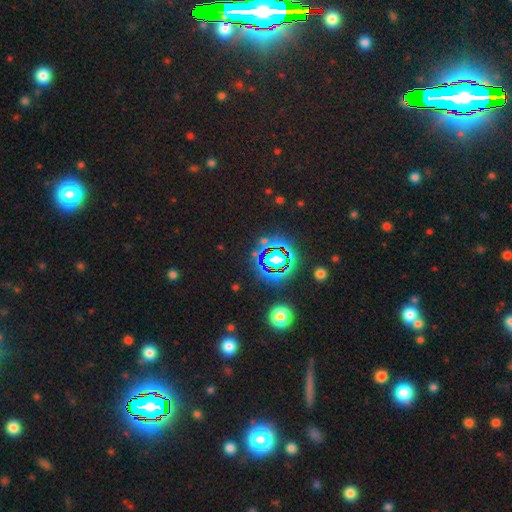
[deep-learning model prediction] Smooth or featured?
  - star or artifact: 73% *
  - smooth: 18%
  - featured or disk: 9%